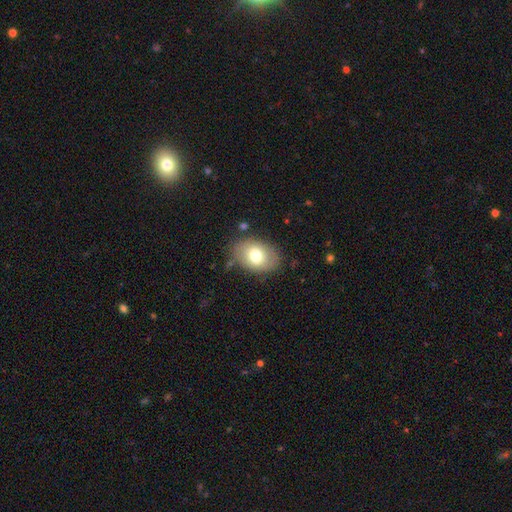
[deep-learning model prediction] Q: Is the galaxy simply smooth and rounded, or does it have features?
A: smooth — 72%.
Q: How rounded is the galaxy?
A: in between — 79%.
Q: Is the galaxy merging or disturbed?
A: none — 78%.